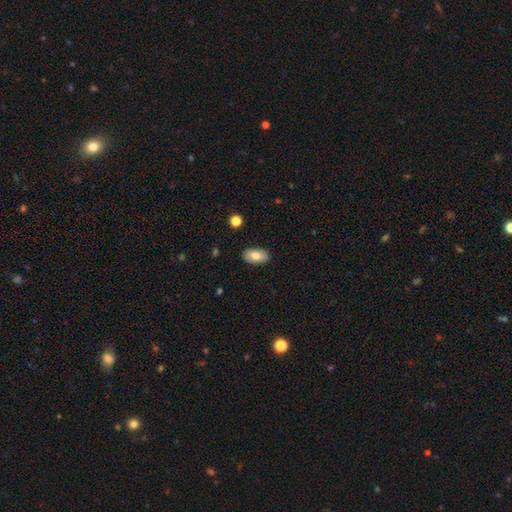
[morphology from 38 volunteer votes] Smooth or featured? 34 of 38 (89%) said smooth. How rounded? 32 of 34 (94%) said in between. Merging? 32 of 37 (86%) said none.